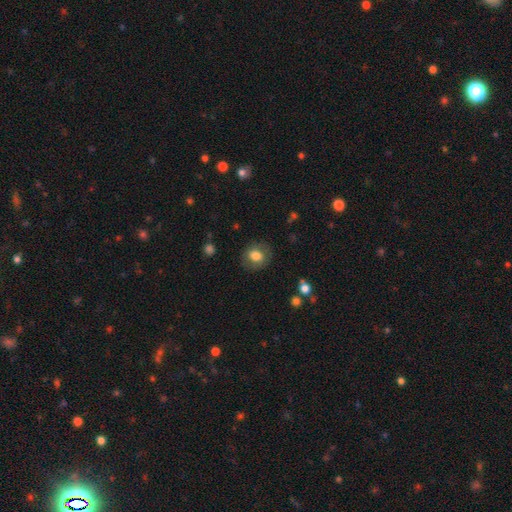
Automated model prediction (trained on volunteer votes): Smooth or featured? Predicted: smooth (p=0.76). How rounded? Predicted: round (p=0.67). Merging? Predicted: none (p=0.83).